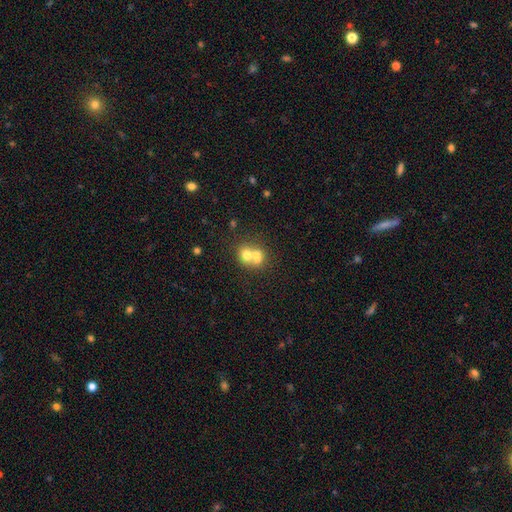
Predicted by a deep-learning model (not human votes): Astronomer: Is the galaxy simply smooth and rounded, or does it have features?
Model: smooth — 65%.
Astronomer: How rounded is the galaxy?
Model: round — 65%.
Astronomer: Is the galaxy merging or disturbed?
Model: merger — 67%.